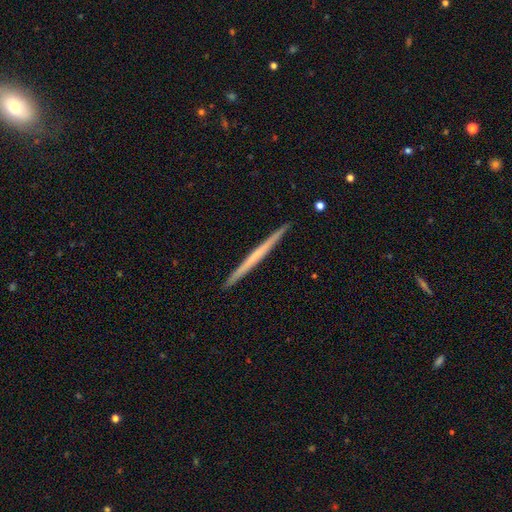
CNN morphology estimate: featured or disk 54%, smooth 41%, star or artifact 5%. Down the decision tree: edge-on disk — yes (98%); edge-on bulge — none (88%); merging — none (93%).